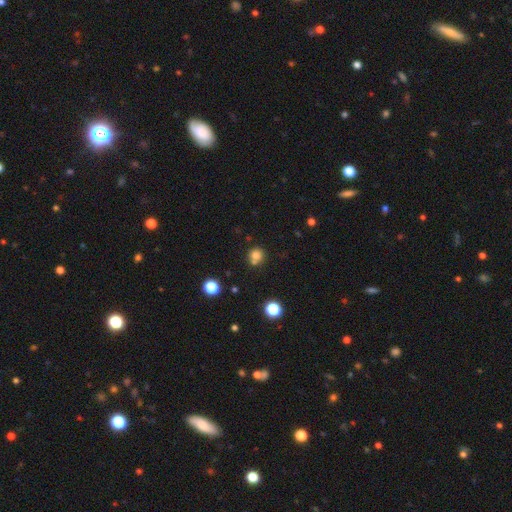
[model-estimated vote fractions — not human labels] Smooth or featured?
  - smooth: 77% *
  - star or artifact: 14%
  - featured or disk: 9%
How rounded?
  - round: 85% *
  - in between: 14%
  - cigar-shaped: 1%
Merging?
  - none: 56% *
  - merger: 29%
  - minor disturbance: 11%
  - major disturbance: 4%